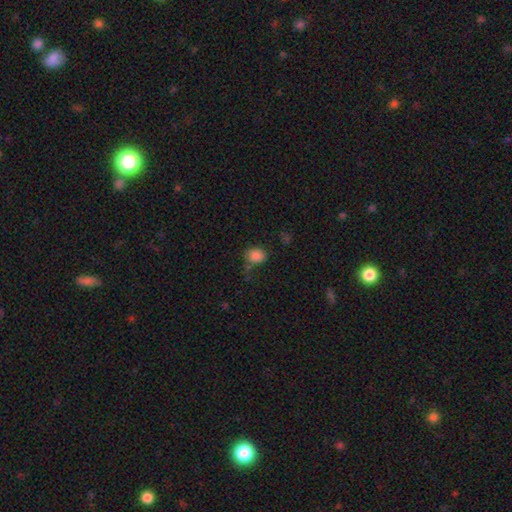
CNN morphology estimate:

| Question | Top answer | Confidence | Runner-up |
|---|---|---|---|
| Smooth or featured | smooth | 84% | star or artifact (11%) |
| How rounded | round | 54% | in between (45%) |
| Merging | none | 66% | minor disturbance (20%) |